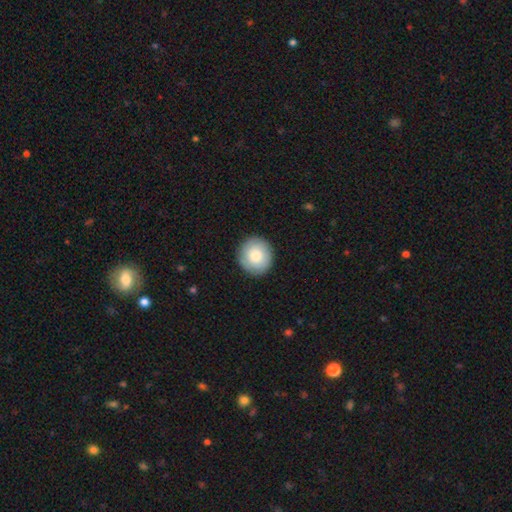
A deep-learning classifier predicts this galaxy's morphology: Q: Smooth or featured?
A: smooth (79%); runner-up: featured or disk (14%)
Q: How rounded?
A: round (91%); runner-up: in between (8%)
Q: Merging?
A: none (89%); runner-up: minor disturbance (8%)